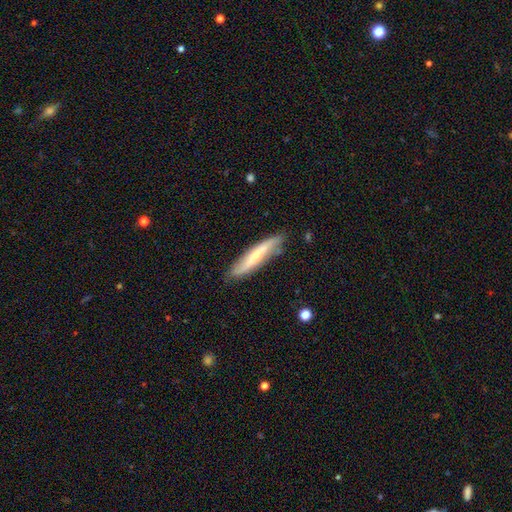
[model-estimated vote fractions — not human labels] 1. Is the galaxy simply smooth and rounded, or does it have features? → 56% featured or disk, 38% smooth, 6% star or artifact.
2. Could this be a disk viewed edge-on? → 60% yes, 40% no.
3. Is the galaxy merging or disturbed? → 79% none, 16% minor disturbance, 3% major disturbance, 2% merger.